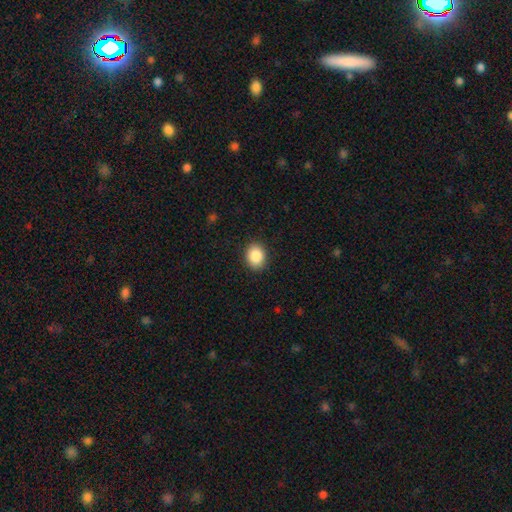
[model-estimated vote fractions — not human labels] This appears to be a smooth galaxy with no disk features (86%) that is round (53%). Merging: none (90%).